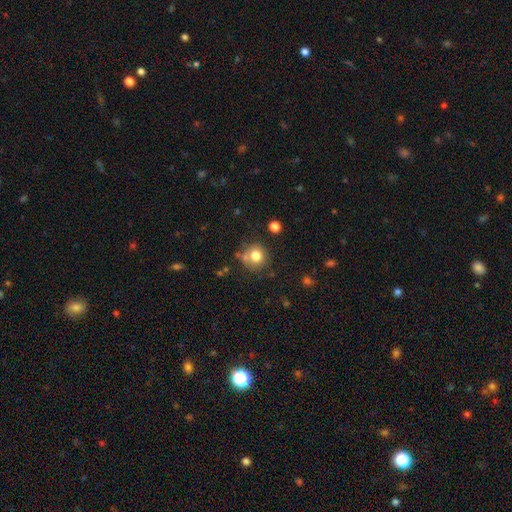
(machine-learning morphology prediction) This appears to be a smooth galaxy with no disk features (78%) that is round (89%). Merging: none (70%).